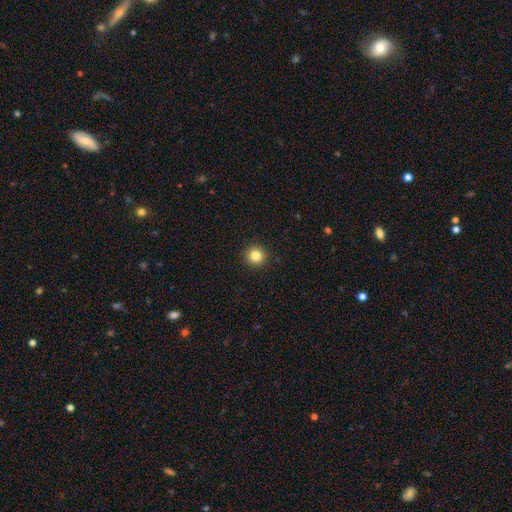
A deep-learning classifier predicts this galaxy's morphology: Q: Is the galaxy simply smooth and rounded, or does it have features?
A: smooth — 84%.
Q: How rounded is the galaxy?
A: round — 95%.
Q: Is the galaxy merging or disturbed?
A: none — 93%.